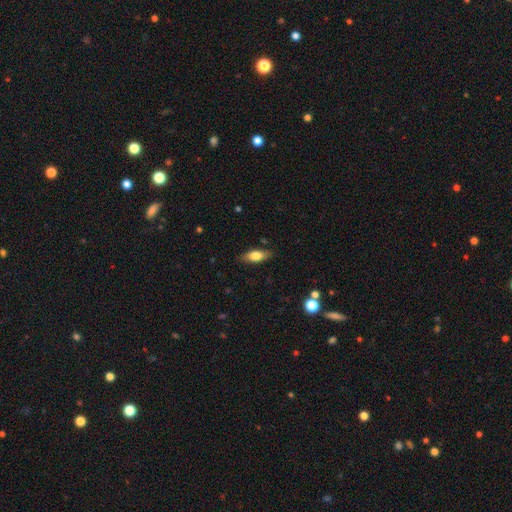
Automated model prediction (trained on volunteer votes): This is likely a smooth galaxy (73%). How rounded: likely in between (76%). Merging: clearly none (84%).